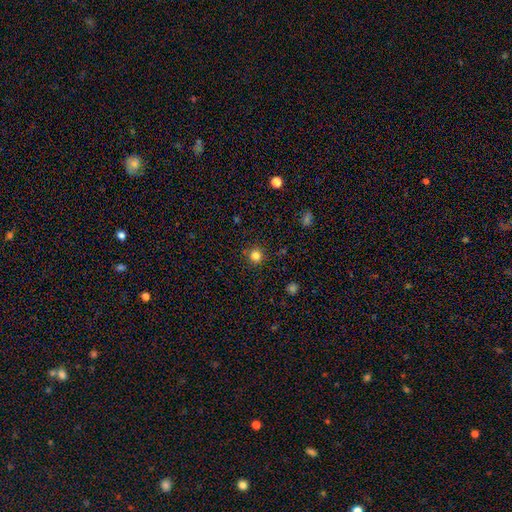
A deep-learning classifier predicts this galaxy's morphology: Smooth or featured?
  - smooth: 82% *
  - star or artifact: 14%
  - featured or disk: 4%
How rounded?
  - round: 94% *
  - in between: 5%
  - cigar-shaped: 1%
Merging?
  - none: 89% *
  - minor disturbance: 7%
  - major disturbance: 2%
  - merger: 1%